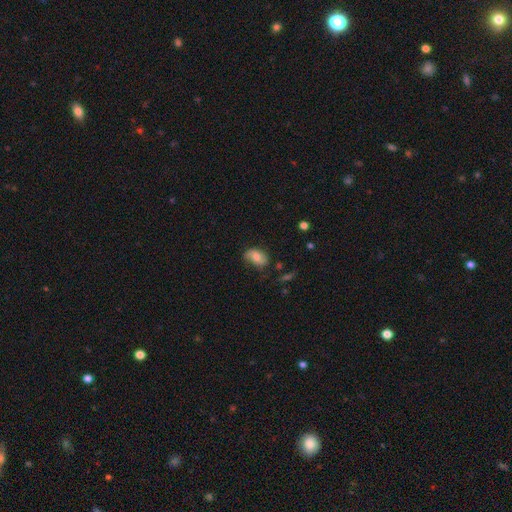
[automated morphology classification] type=smooth (64%); roundness=in between (86%); merging=none (64%).